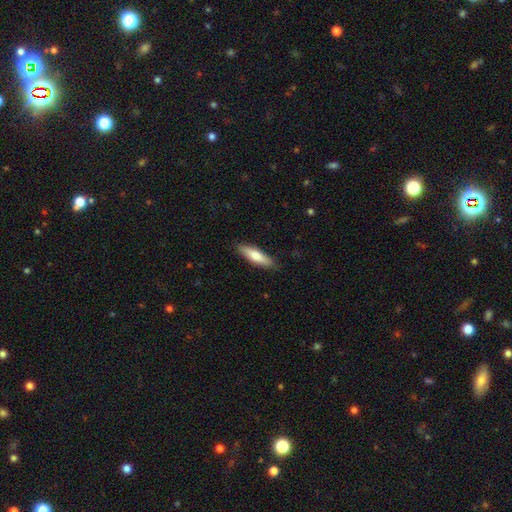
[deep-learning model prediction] smooth_or_featured: smooth (p=0.70) [alt: featured or disk p=0.24]
how_rounded: cigar-shaped (p=0.64) [alt: in between p=0.34]
merging: none (p=0.87) [alt: minor disturbance p=0.10]